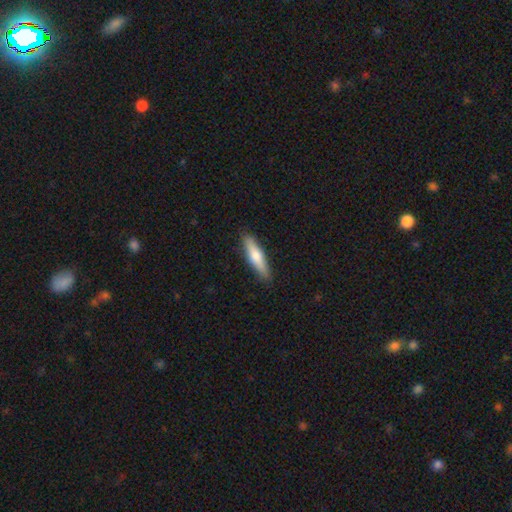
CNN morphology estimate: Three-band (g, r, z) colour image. It shows a smooth galaxy with no disk features (61%) that is cigar-shaped (79%). Merging: none (89%).